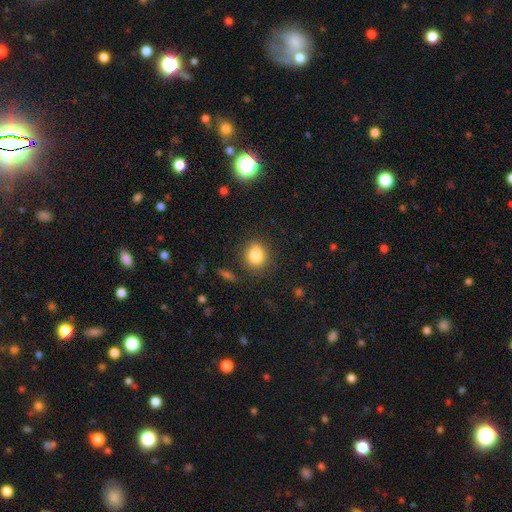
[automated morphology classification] A smooth galaxy with no disk features (82%) that is round (67%).

Vote fractions:
- Smooth or featured? smooth: 82% / star or artifact: 11% / featured or disk: 7%
- How rounded? round: 67% / in between: 31% / cigar-shaped: 1%
- Merging? none: 80% / minor disturbance: 13% / major disturbance: 4% / merger: 3%